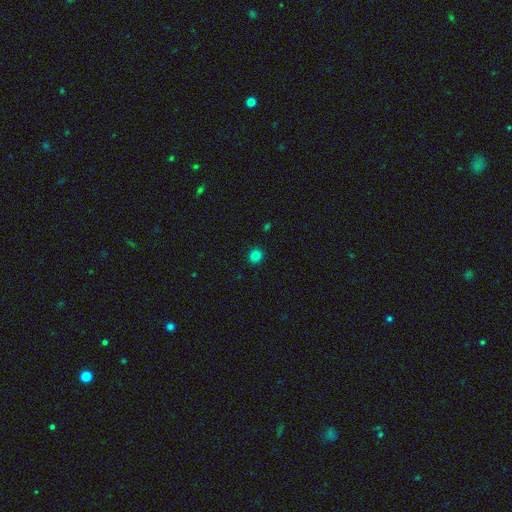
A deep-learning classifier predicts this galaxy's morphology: A smooth galaxy with no disk features (82%) that is round (91%). Merging: none (92%).